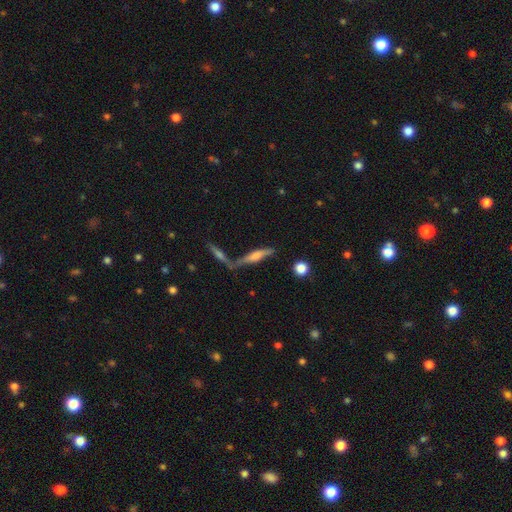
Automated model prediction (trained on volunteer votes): A smooth galaxy with no disk features (46%, tied with featured or disk). Merging: none (46%).